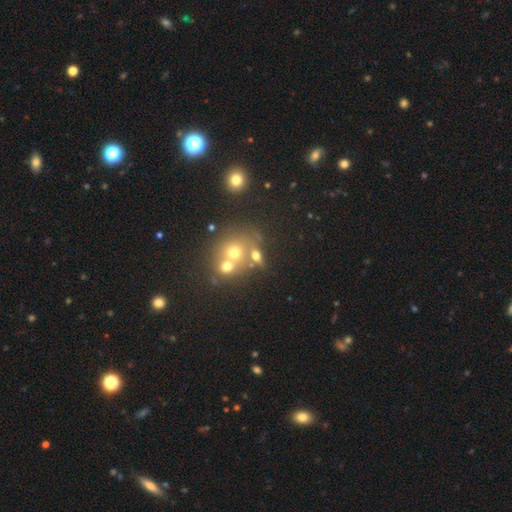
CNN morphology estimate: smooth 58%, featured or disk 23%, star or artifact 19%. Down the decision tree: how rounded — round (54%); merging — merger (44%).